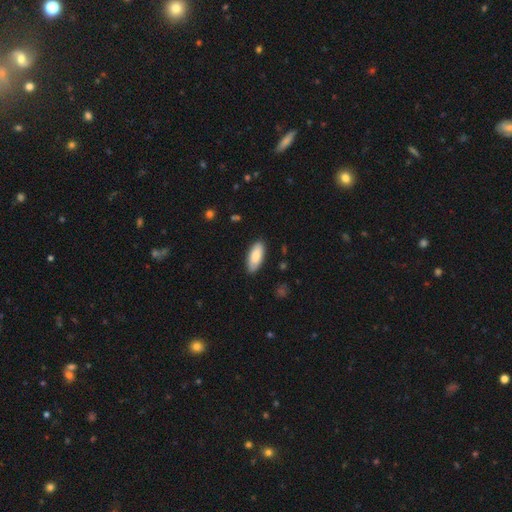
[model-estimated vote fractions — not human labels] smooth 83%, featured or disk 11%, star or artifact 5%. Down the decision tree: how rounded — in between (80%); merging — none (87%).